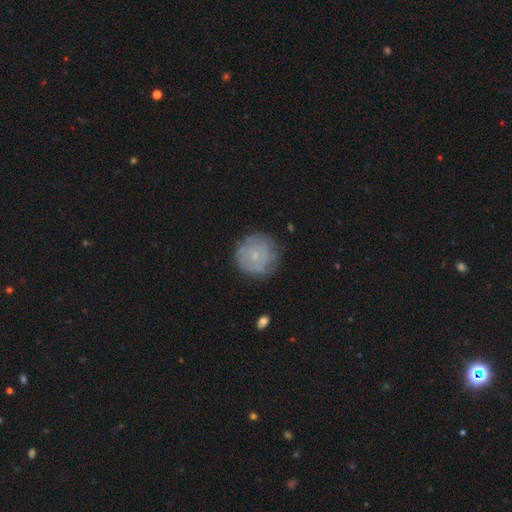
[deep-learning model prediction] featured or disk 61%, smooth 32%, star or artifact 7%. Down the decision tree: edge-on disk — no (98%); bar — no (77%); spiral arms — yes (80%); bulge size — small (78%); merging — none (76%).